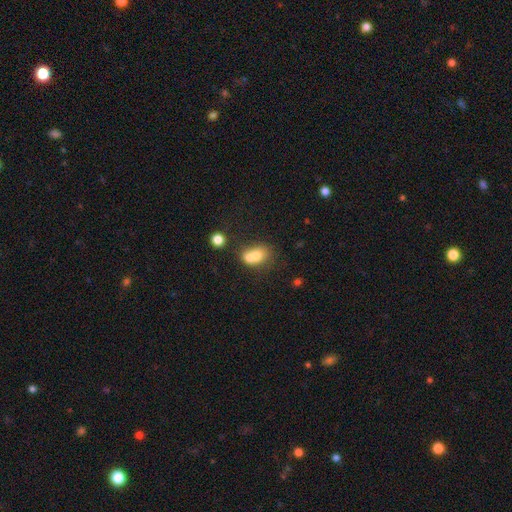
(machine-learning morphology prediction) This appears to be a smooth galaxy with no disk features (70%) that is in between round and cigar-shaped (56%). Merging: merger (64%).